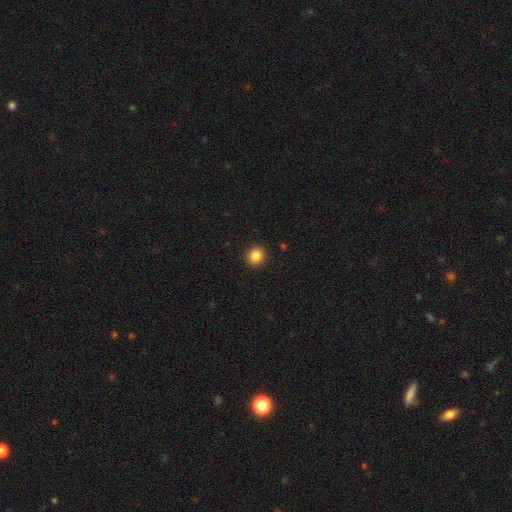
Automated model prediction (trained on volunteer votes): A smooth galaxy with no disk features (86%) that is round (89%). Merging: none (93%).